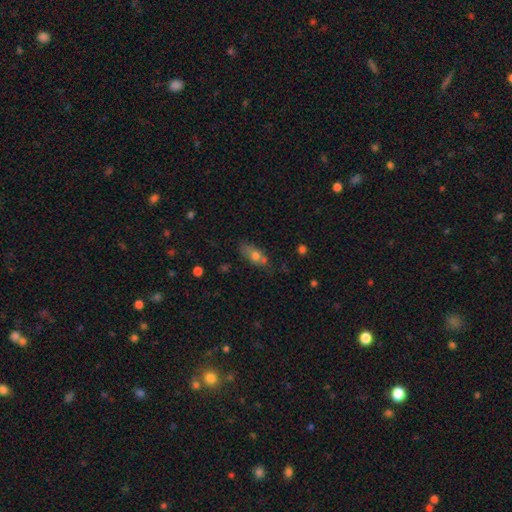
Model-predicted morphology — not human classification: A smooth galaxy with no disk features (67%) that is in between round and cigar-shaped (73%). Merging: none (53%).